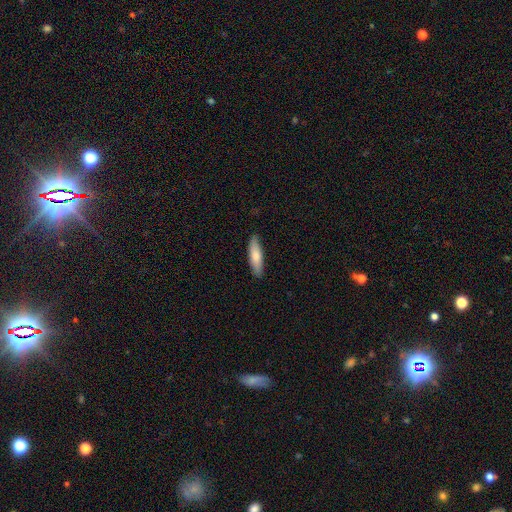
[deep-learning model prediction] Morphology: type=smooth (77%); roundness=cigar-shaped (67%); merging=none (87%).